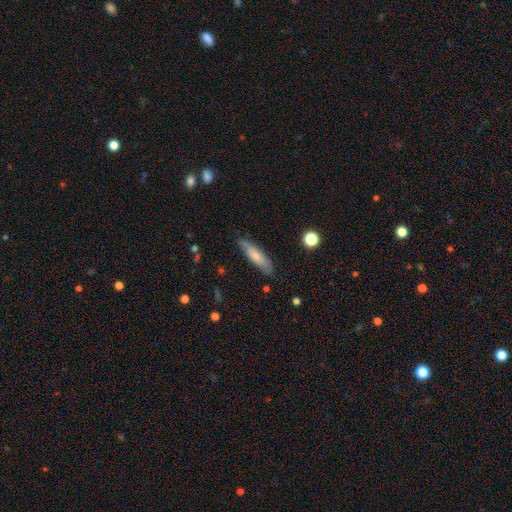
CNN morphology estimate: Smooth or featured: smooth — 68% (featured or disk — 26%)
How rounded: cigar-shaped — 69% (in between — 29%)
Merging: none — 80% (minor disturbance — 16%)